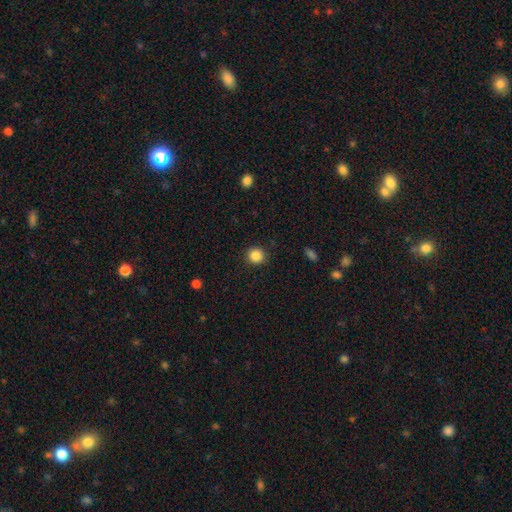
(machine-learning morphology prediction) smooth_or_featured: smooth (p=0.86) [alt: star or artifact p=0.10]
how_rounded: round (p=0.92) [alt: in between p=0.07]
merging: none (p=0.90) [alt: minor disturbance p=0.06]